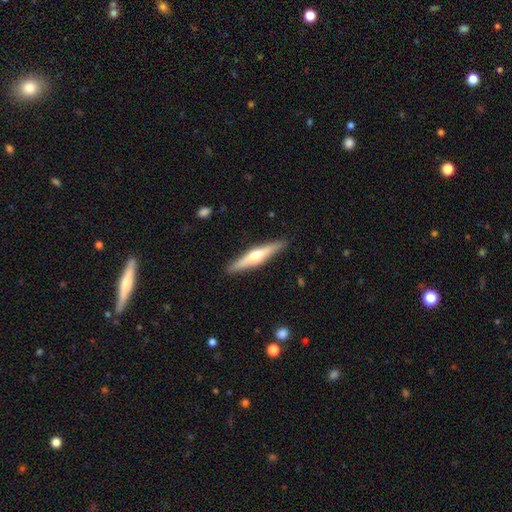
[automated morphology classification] smooth_or_featured: featured or disk (p=0.60) [alt: smooth p=0.35]
disk_edge_on: yes (p=0.96) [alt: no p=0.04]
edge_on_bulge: rounded (p=0.89) [alt: boxy p=0.05]
merging: none (p=0.90) [alt: minor disturbance p=0.07]